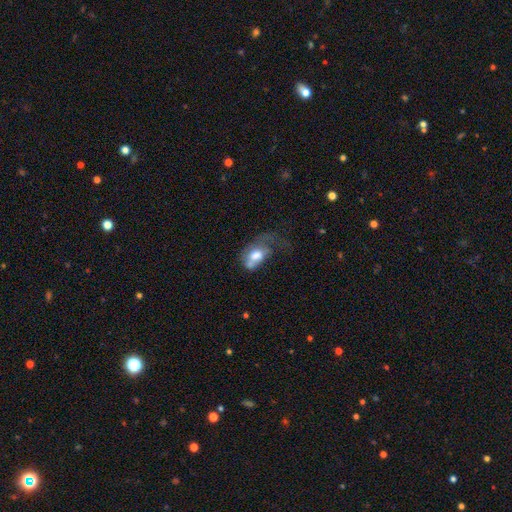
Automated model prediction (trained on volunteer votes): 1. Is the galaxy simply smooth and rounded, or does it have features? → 58% smooth, 33% featured or disk, 8% star or artifact.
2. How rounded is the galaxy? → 82% in between, 16% round, 2% cigar-shaped.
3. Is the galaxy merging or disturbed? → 48% major disturbance, 18% minor disturbance, 18% merger, 16% none.